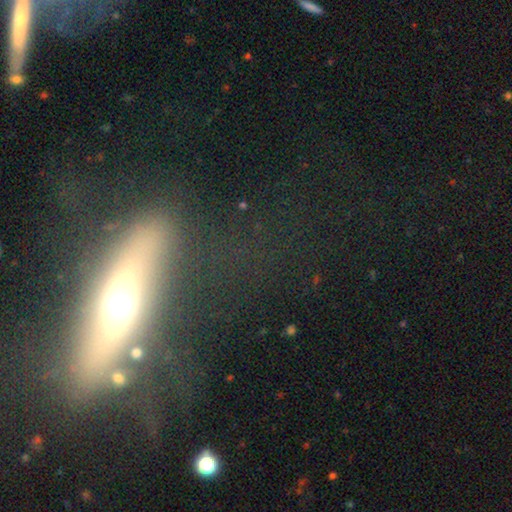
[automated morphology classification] Smooth or featured? Predicted: featured or disk (p=0.58). Edge-on disk? Predicted: yes (p=0.61). Merging? Predicted: none (p=0.63).